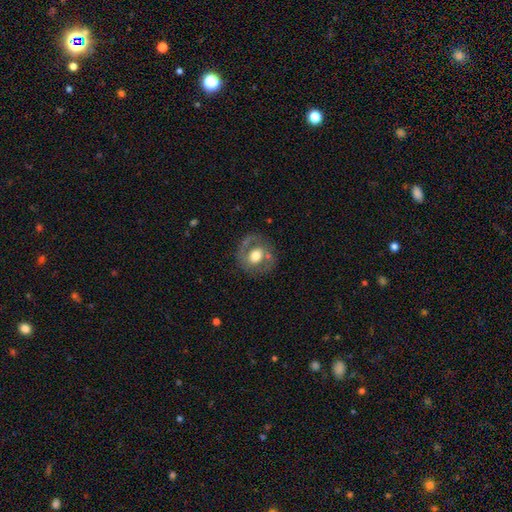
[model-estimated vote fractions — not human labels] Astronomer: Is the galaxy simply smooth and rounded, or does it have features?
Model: featured or disk — 49% (runner-up: smooth, 44%).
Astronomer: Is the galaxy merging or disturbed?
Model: none — 72%.